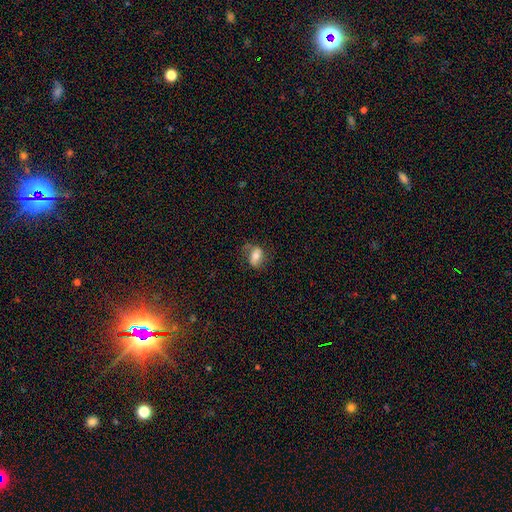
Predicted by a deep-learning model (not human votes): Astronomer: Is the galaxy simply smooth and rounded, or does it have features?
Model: smooth — 63%.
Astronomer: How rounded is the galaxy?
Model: in between — 83%.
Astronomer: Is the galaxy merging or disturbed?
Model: none — 64%.